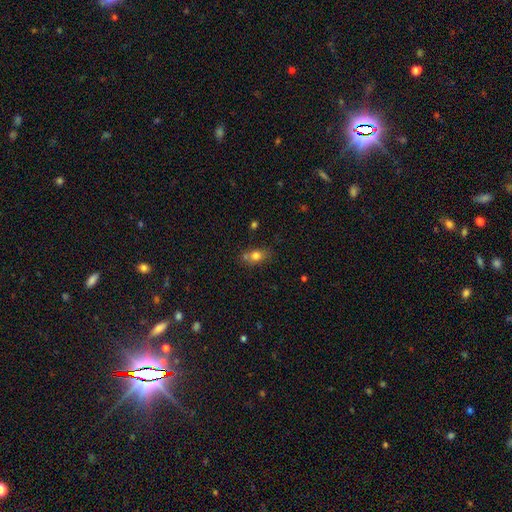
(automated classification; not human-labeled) This appears to be a smooth galaxy with no disk features (75%) that is in between round and cigar-shaped (63%). Merging: none (57%).